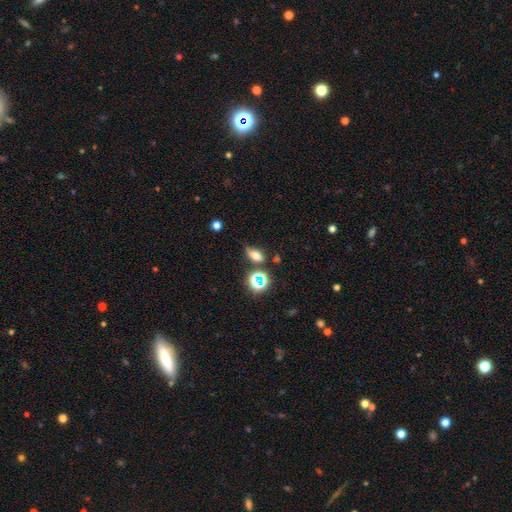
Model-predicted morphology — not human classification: Smooth or featured? Predicted: smooth (p=0.66). How rounded? Predicted: in between (p=0.77). Merging? Predicted: none (p=0.58).